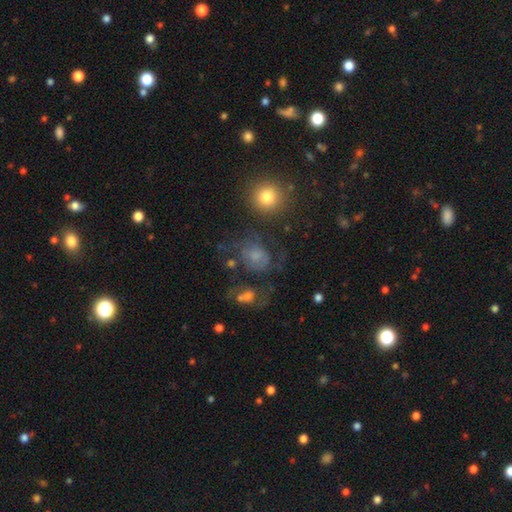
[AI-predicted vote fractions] Q: Smooth or featured?
A: smooth (52%); runner-up: featured or disk (30%)
Q: How rounded?
A: round (63%); runner-up: in between (36%)
Q: Merging?
A: none (47%); runner-up: major disturbance (25%)